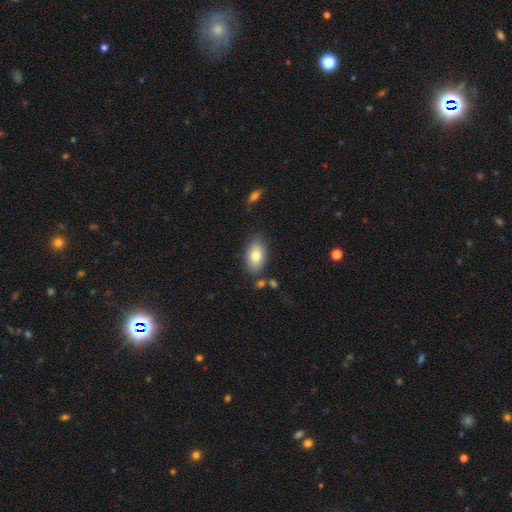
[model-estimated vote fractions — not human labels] smooth_or_featured: smooth (p=0.78) [alt: featured or disk p=0.15]
how_rounded: in between (p=0.92) [alt: round p=0.05]
merging: none (p=0.82) [alt: minor disturbance p=0.12]